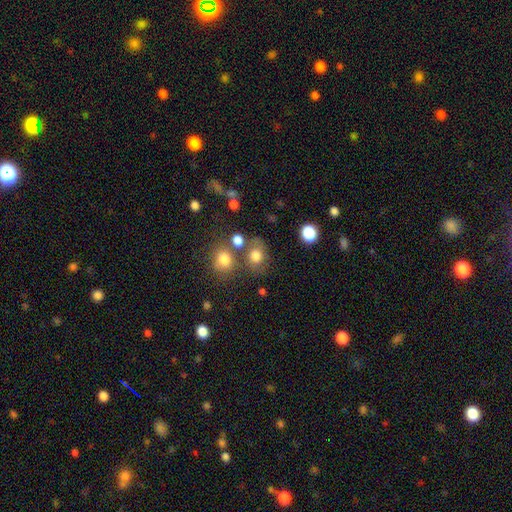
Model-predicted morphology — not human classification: Smooth or featured? Predicted: smooth (p=0.76). How rounded? Predicted: round (p=0.59). Merging? Predicted: none (p=0.59).